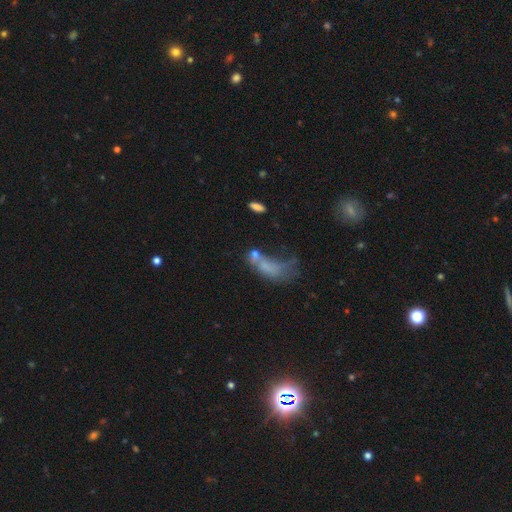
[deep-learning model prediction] A smooth galaxy with no disk features (55%) that is in between round and cigar-shaped (77%). Merging: major disturbance (37%).